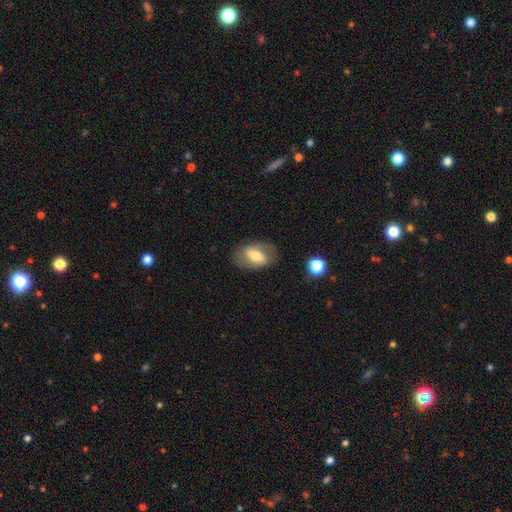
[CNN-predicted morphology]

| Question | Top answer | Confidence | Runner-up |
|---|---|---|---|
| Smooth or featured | smooth | 51% | featured or disk (41%) |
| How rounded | in between | 87% | round (11%) |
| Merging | none | 74% | minor disturbance (17%) |